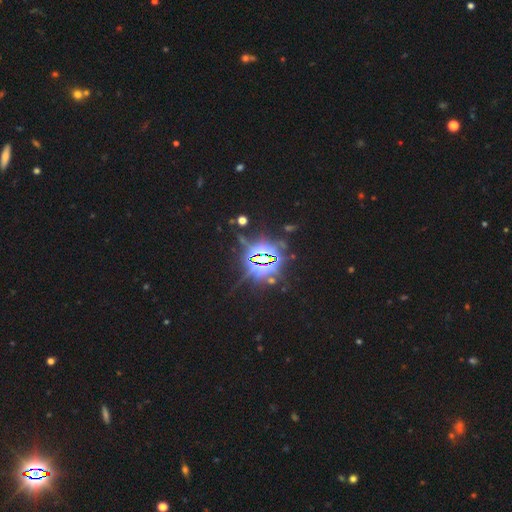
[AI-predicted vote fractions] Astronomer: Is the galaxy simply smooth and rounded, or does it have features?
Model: star or artifact — 84%.